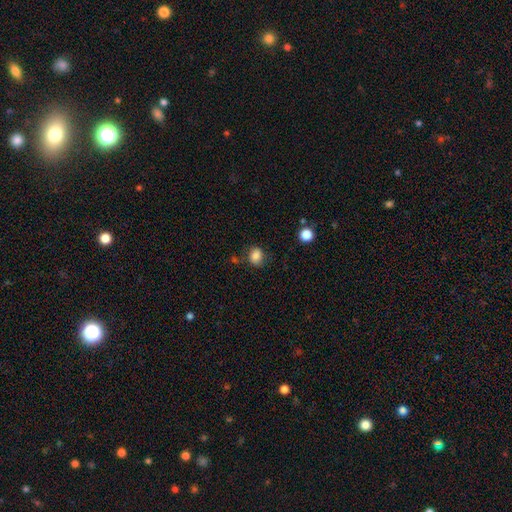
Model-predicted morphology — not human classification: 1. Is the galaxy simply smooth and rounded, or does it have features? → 83% smooth, 11% star or artifact, 6% featured or disk.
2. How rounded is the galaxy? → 55% round, 44% in between, 1% cigar-shaped.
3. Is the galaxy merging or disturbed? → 74% none, 17% minor disturbance, 5% major disturbance, 4% merger.